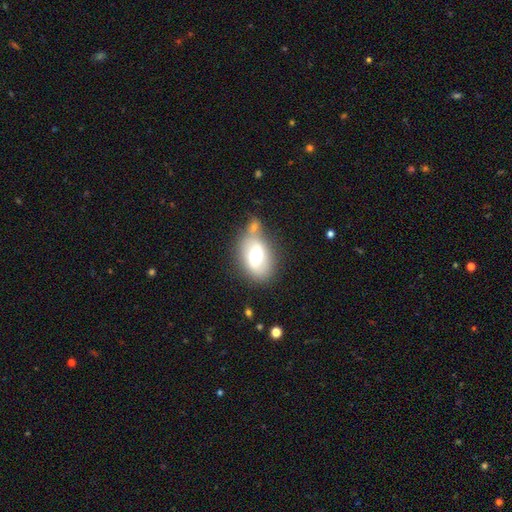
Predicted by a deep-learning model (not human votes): This is likely a smooth galaxy (61%). How rounded: clearly in between (82%). Merging: possibly none (51%).